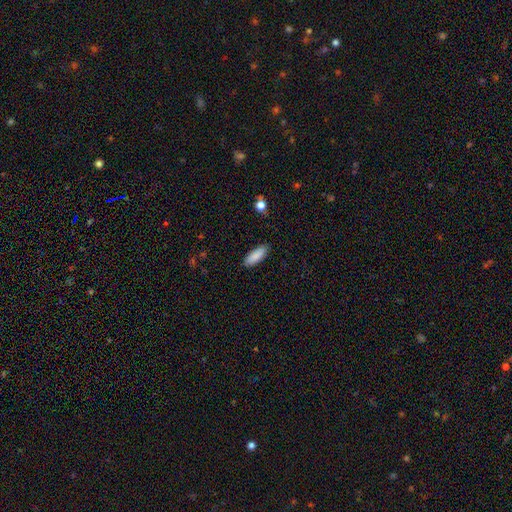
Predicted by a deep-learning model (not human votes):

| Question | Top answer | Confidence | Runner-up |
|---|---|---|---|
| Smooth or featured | smooth | 88% | star or artifact (6%) |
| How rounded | in between | 66% | cigar-shaped (32%) |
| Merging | none | 89% | minor disturbance (8%) |